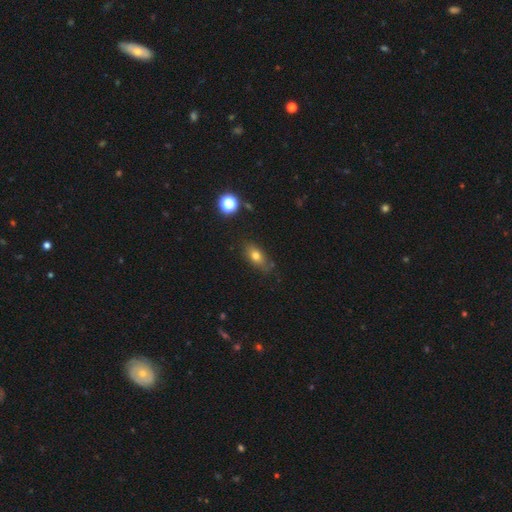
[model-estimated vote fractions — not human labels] Smooth or featured: smooth — 74% (featured or disk — 15%)
How rounded: in between — 78% (round — 13%)
Merging: none — 72% (minor disturbance — 20%)